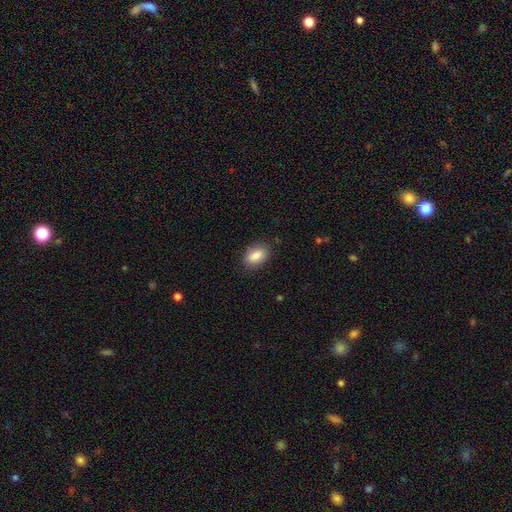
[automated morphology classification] This is clearly a smooth galaxy (87%). How rounded: clearly in between (88%). Merging: clearly none (84%).